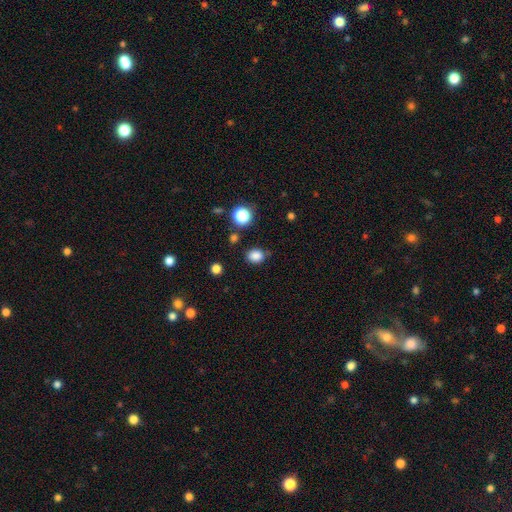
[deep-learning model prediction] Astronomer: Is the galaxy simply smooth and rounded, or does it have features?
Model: smooth — 83%.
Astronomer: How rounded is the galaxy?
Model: round — 50%, tied with in between at 50%.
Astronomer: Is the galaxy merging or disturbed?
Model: none — 80%.